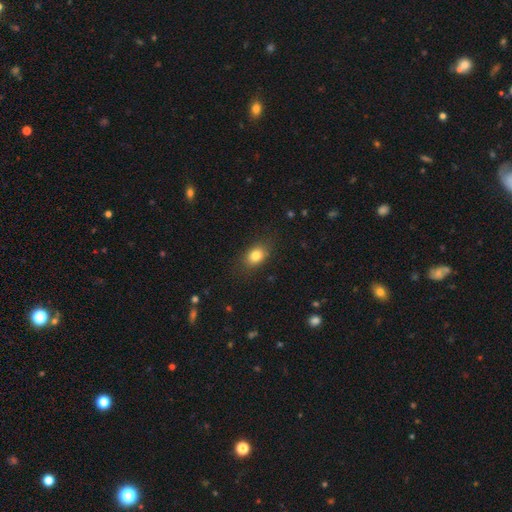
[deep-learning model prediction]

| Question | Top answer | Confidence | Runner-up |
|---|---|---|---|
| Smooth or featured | smooth | 81% | star or artifact (10%) |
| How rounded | in between | 69% | round (30%) |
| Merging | none | 82% | minor disturbance (13%) |